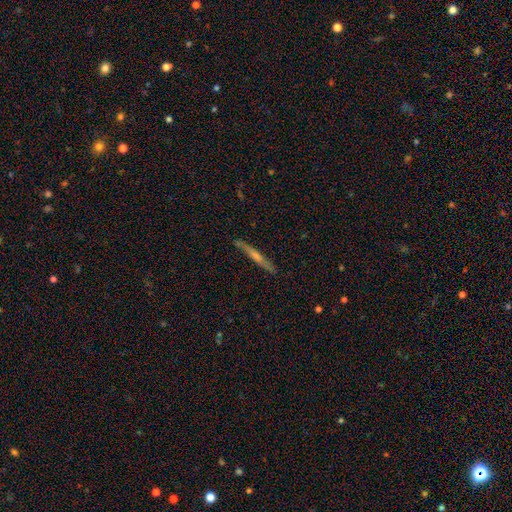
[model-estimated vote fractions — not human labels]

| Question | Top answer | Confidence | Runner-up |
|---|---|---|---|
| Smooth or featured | featured or disk | 63% | smooth (30%) |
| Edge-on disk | yes | 95% | no (5%) |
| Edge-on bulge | rounded | 52% | none (36%) |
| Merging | none | 86% | minor disturbance (10%) |